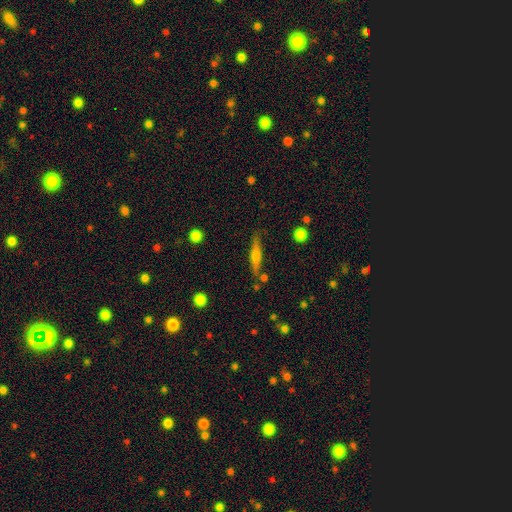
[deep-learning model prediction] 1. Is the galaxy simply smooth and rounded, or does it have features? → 49% featured or disk, 44% smooth, 7% star or artifact.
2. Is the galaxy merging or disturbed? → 77% none, 13% minor disturbance, 6% merger, 3% major disturbance.